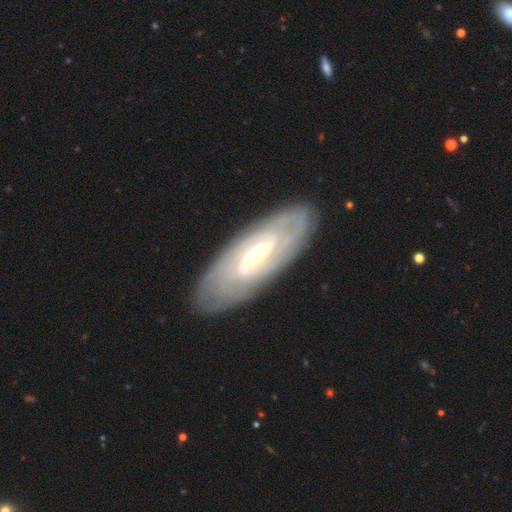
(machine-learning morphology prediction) Smooth or featured? Predicted: featured or disk (p=0.84). Edge-on disk? Predicted: no (p=0.88). Bar? Predicted: weak (p=0.43). Spiral arms? Predicted: yes (p=0.90). Spiral winding? Predicted: tight (p=0.70). Spiral arm count? Predicted: can't tell (p=0.47). Bulge size? Predicted: small (p=0.55). Merging? Predicted: none (p=0.85).